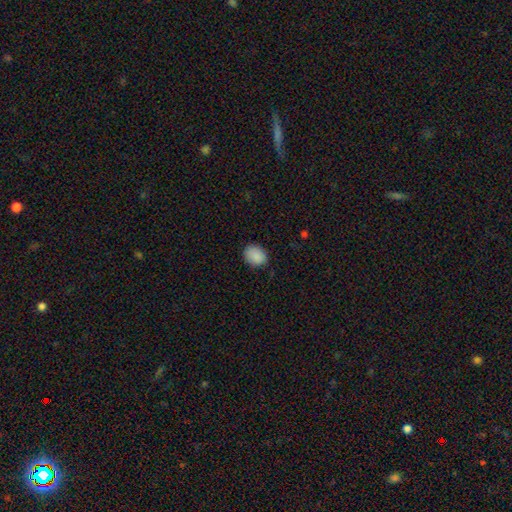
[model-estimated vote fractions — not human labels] A smooth galaxy with no disk features (89%) that is in between round and cigar-shaped (52%). Merging: none (81%).